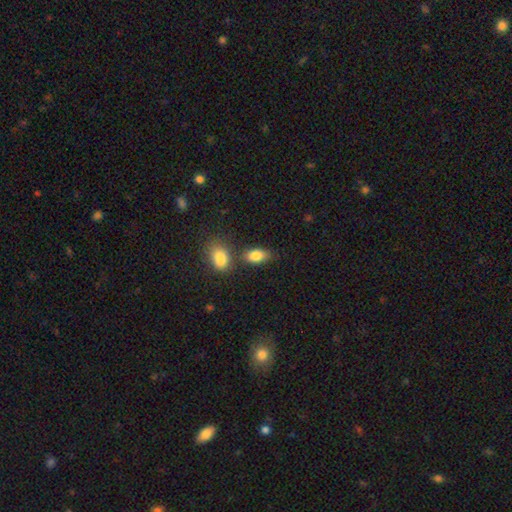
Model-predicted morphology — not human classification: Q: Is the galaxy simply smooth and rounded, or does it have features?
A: smooth — 86%.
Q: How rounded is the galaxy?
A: in between — 89%.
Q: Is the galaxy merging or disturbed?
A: none — 62%.